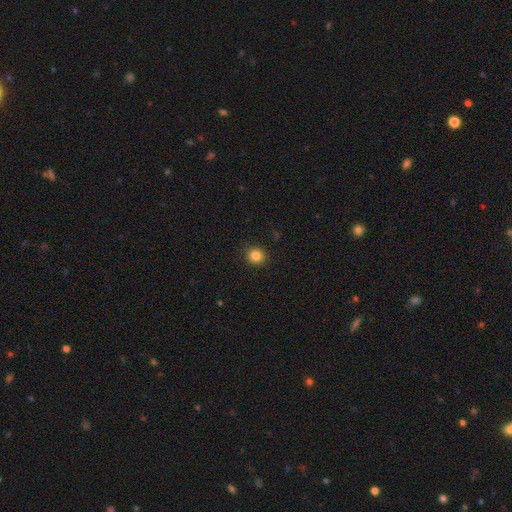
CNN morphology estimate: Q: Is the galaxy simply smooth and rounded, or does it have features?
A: smooth — 84%.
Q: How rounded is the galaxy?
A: round — 87%.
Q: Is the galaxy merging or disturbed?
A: none — 90%.